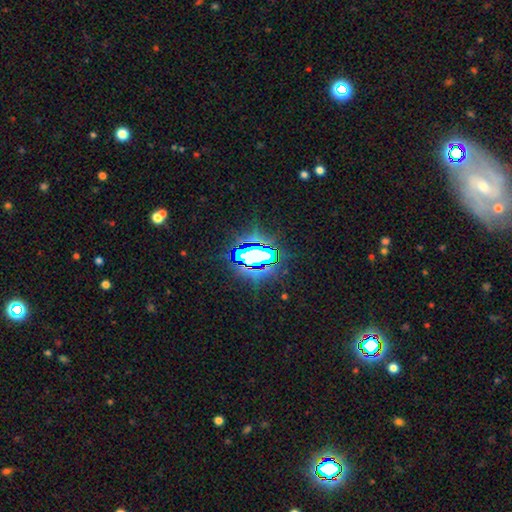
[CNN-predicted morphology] type=star or artifact (71%).